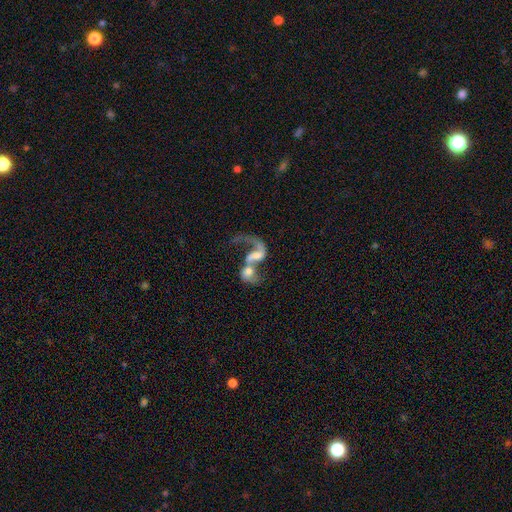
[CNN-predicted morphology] This is likely a featured or disk galaxy (69%). It is clearly not viewed edge-on (96%). Bar: possibly no (48%). Spiral arm pattern: likely yes (77%). Spiral arm count: possibly 1 (49%). Spiral winding: clearly loose (83%). Central bulge: marginally moderate (35%). Merging: likely merger (70%).